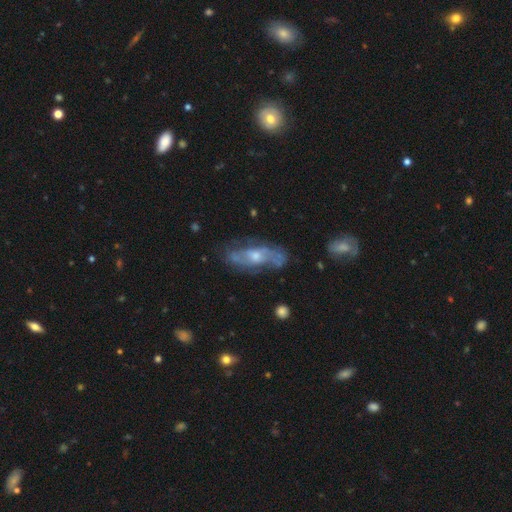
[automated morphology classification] This is likely a featured or disk galaxy (71%). It is likely not viewed edge-on (80%). Bar: likely no (66%). Spiral arm pattern: likely yes (70%). Central bulge: possibly moderate (56%). Merging: likely none (66%).